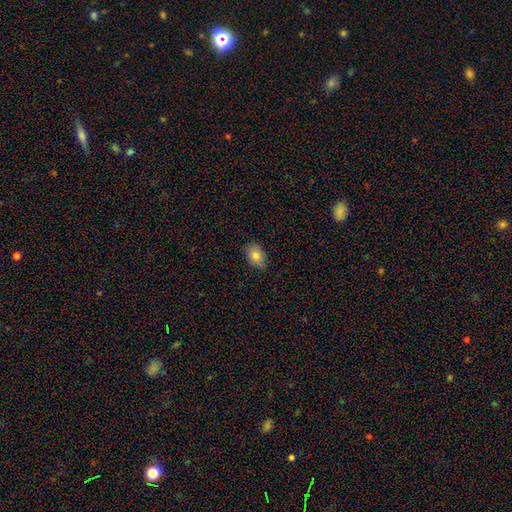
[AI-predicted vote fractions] smooth-or-featured: smooth: 83% | featured or disk: 8% | star or artifact: 8%
  how-rounded: in between: 82% | round: 16% | cigar-shaped: 1%
  merging: none: 84% | minor disturbance: 13% | major disturbance: 2% | merger: 1%